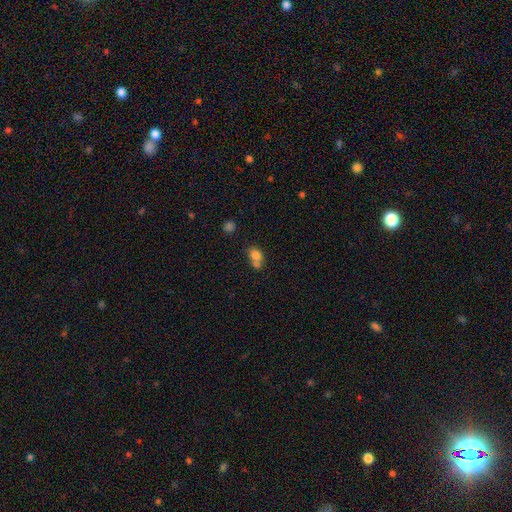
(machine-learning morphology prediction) Smooth or featured? Predicted: smooth (p=0.77). How rounded? Predicted: in between (p=0.58). Merging? Predicted: merger (p=0.46).